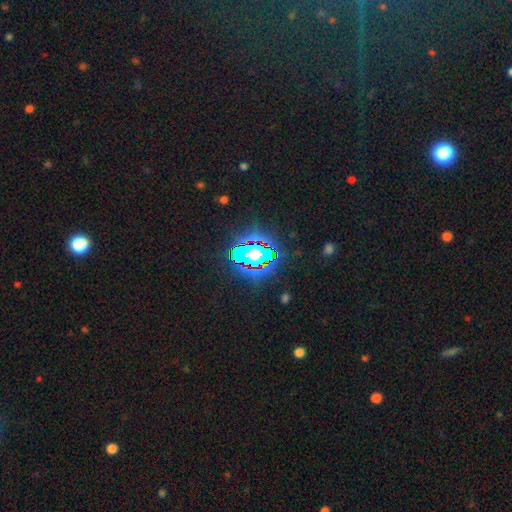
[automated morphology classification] Smooth or featured?
  - star or artifact: 81% *
  - smooth: 11%
  - featured or disk: 8%